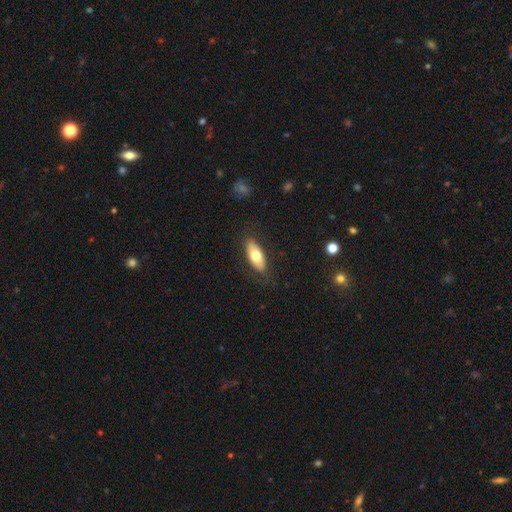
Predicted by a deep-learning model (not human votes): Smooth or featured: smooth — 69% (featured or disk — 25%)
How rounded: in between — 82% (cigar-shaped — 15%)
Merging: none — 85% (minor disturbance — 11%)